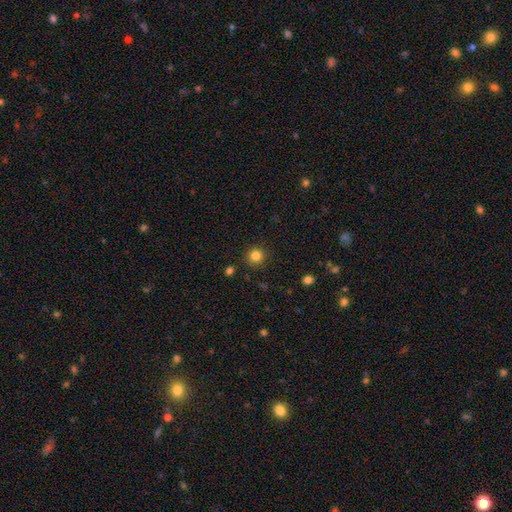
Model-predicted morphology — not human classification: Overall: smooth (83%). How rounded: round (93%). Merging: none (89%).